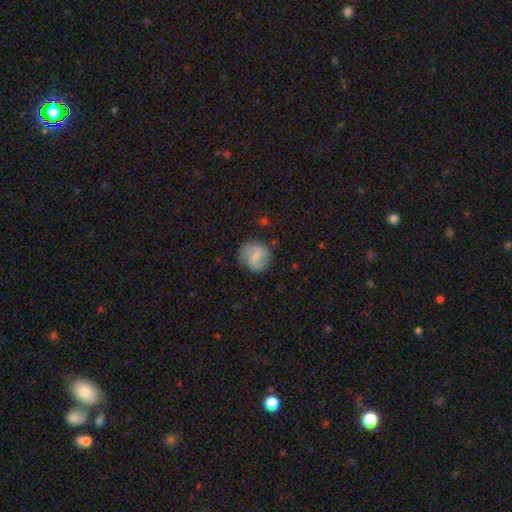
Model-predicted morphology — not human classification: This is possibly a smooth galaxy (56%). How rounded: clearly round (85%). Merging: likely none (70%).